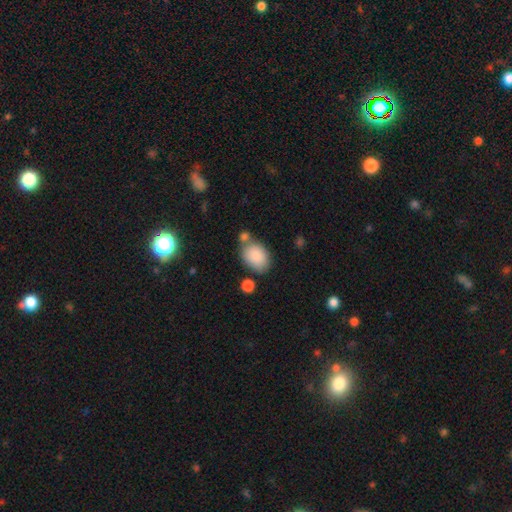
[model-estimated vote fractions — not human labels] This is clearly a smooth galaxy (87%). How rounded: clearly in between (82%). Merging: possibly none (59%).